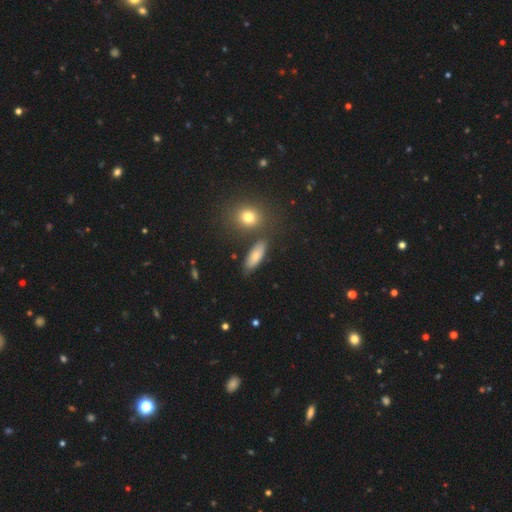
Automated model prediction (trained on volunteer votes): smooth-or-featured: smooth: 73% | featured or disk: 17% | star or artifact: 10%
  how-rounded: in between: 70% | cigar-shaped: 25% | round: 6%
  merging: none: 75% | minor disturbance: 14% | merger: 7% | major disturbance: 4%